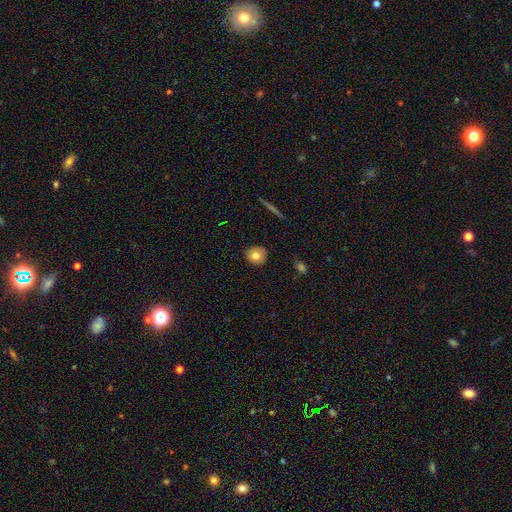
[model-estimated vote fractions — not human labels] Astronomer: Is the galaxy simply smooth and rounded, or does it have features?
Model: smooth — 77%.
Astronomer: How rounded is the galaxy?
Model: round — 83%.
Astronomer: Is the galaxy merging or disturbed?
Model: none — 87%.